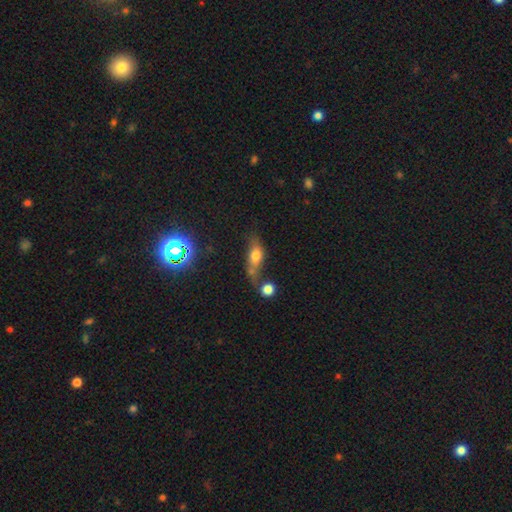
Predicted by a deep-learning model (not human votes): smooth-or-featured: smooth: 60% | featured or disk: 26% | star or artifact: 15%
  how-rounded: in between: 68% | cigar-shaped: 17% | round: 15%
  merging: merger: 36% | none: 33% | minor disturbance: 16% | major disturbance: 15%